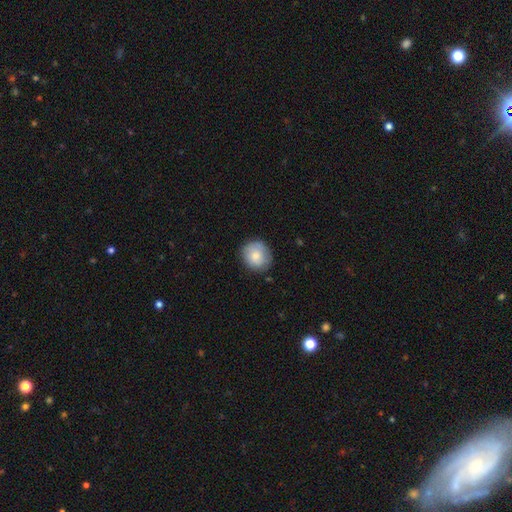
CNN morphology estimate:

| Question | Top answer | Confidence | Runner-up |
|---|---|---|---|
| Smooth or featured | smooth | 77% | featured or disk (16%) |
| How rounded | round | 84% | in between (15%) |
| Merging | none | 80% | minor disturbance (16%) |